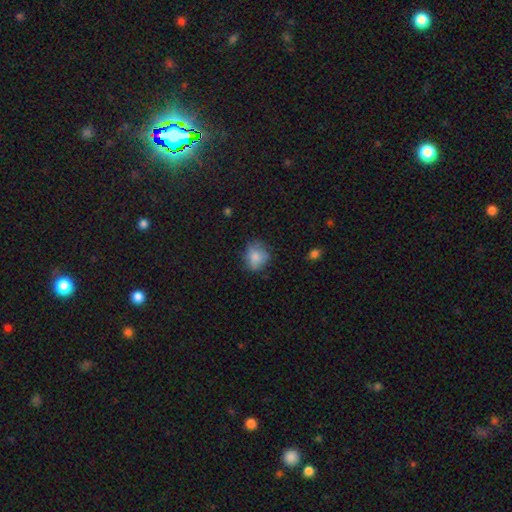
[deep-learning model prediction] Smooth or featured? smooth (78%)
How rounded? round (68%)
Merging? none (64%)